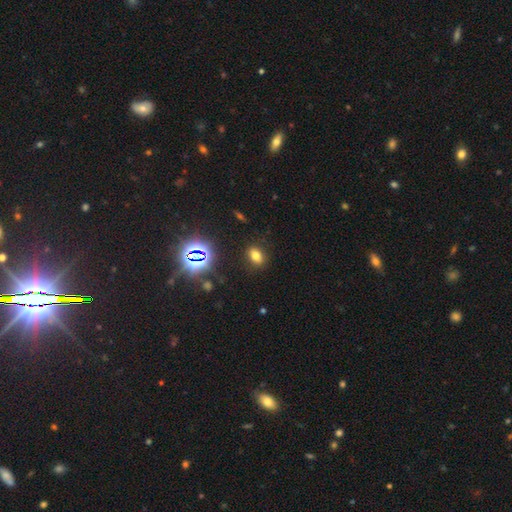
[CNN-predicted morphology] This appears to be a smooth galaxy with no disk features (68%) that is in between round and cigar-shaped (75%). Merging: none (87%).